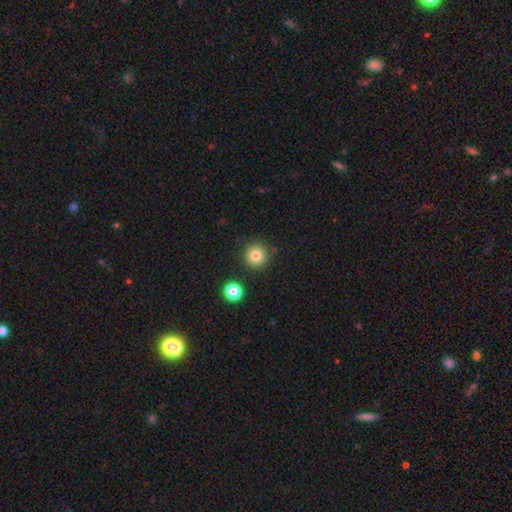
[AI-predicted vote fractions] This appears to be a smooth galaxy with no disk features (81%) that is round (95%). Merging: none (87%).